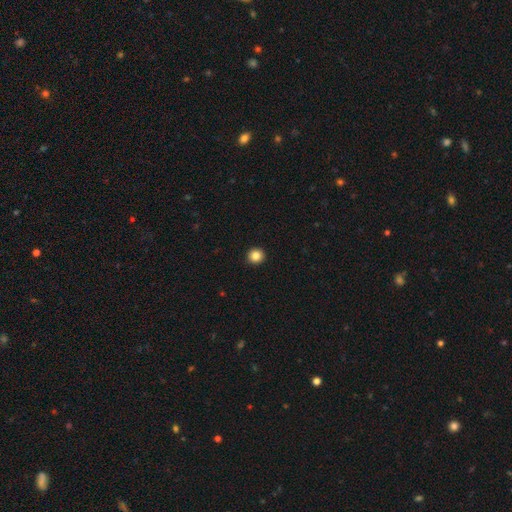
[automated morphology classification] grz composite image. It shows a smooth galaxy with no disk features (85%) that is round (94%). Merging: none (94%).